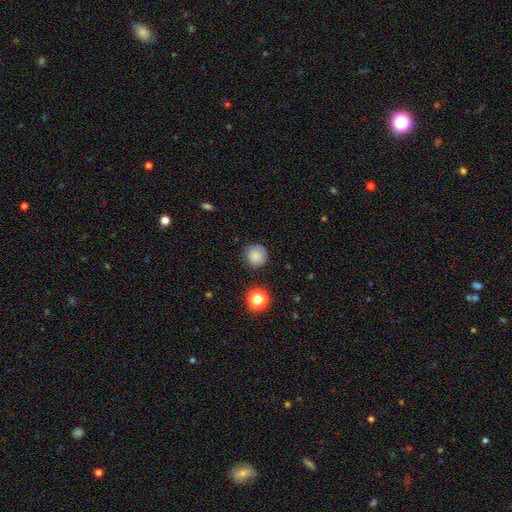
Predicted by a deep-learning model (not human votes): Smooth or featured? Predicted: smooth (p=0.79). How rounded? Predicted: round (p=0.93). Merging? Predicted: none (p=0.80).